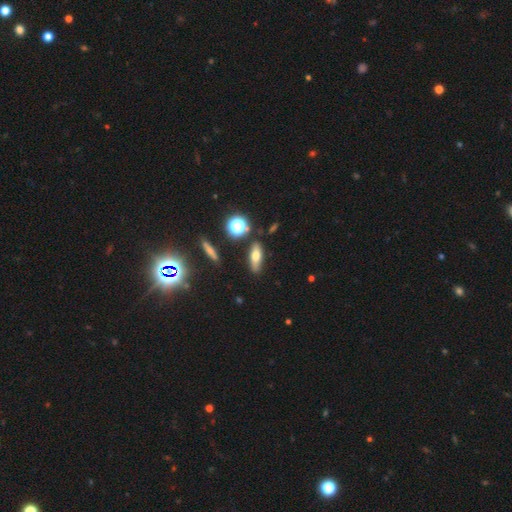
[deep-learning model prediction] Smooth or featured: smooth — 61% (featured or disk — 26%)
How rounded: in between — 53% (cigar-shaped — 40%)
Merging: none — 83% (minor disturbance — 11%)